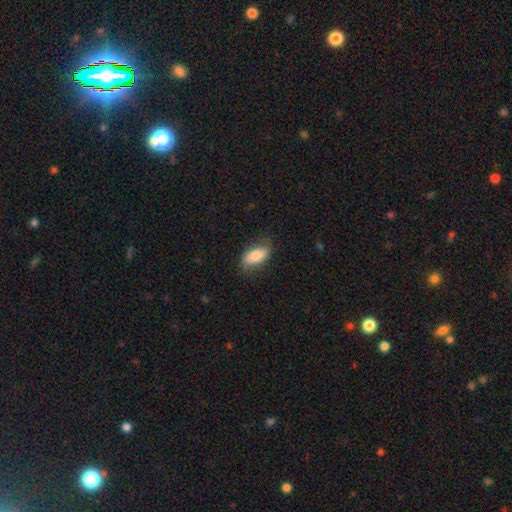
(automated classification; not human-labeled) This appears to be a smooth galaxy with no disk features (70%) that is in between round and cigar-shaped (85%). Merging: none (70%).